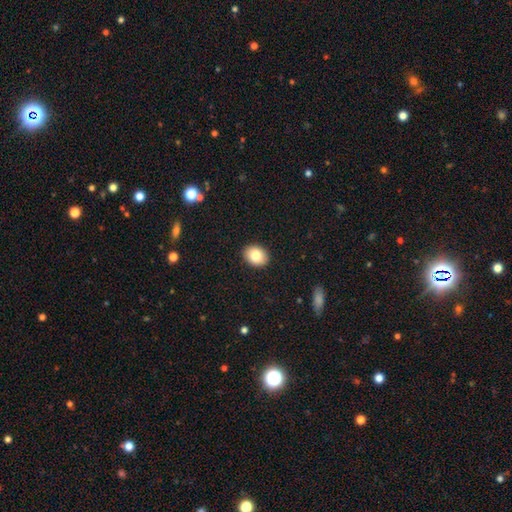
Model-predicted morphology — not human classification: Overall: smooth (82%). How rounded: in between (58%; round 41%). Merging: none (91%).